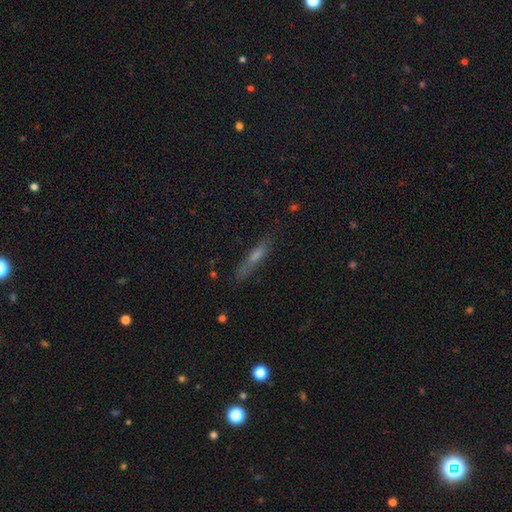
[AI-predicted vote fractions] smooth-or-featured: smooth: 45% | featured or disk: 41% | star or artifact: 14%
  merging: none: 78% | minor disturbance: 15% | major disturbance: 5% | merger: 2%